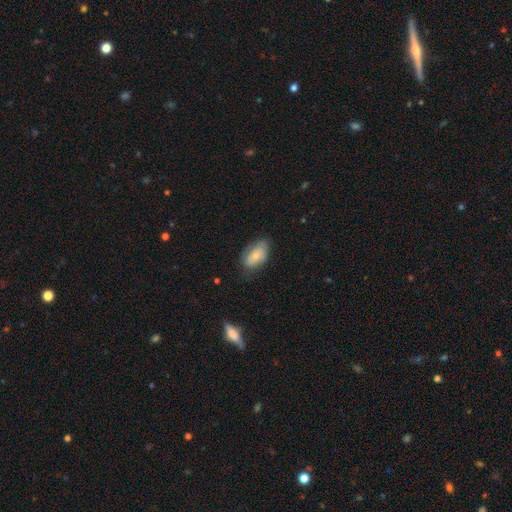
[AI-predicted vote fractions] A smooth galaxy with no disk features (67%) that is in between round and cigar-shaped (92%).

Vote fractions:
- Smooth or featured? smooth: 67% / featured or disk: 26% / star or artifact: 7%
- How rounded? in between: 92% / round: 6% / cigar-shaped: 2%
- Merging? none: 65% / minor disturbance: 27% / major disturbance: 7% / merger: 1%